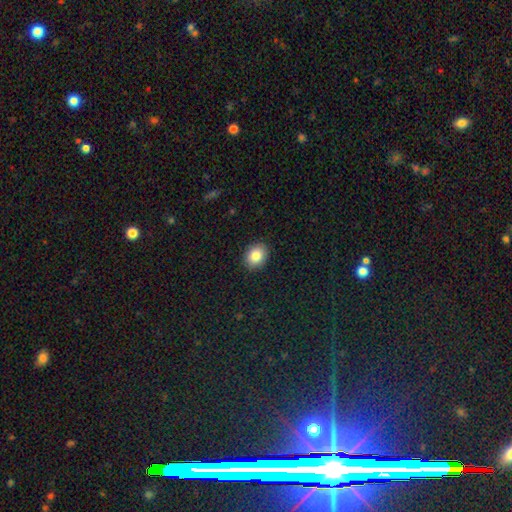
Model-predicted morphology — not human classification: Smooth or featured: smooth — 83% (star or artifact — 9%)
How rounded: in between — 52% (round — 47%)
Merging: none — 90% (minor disturbance — 7%)